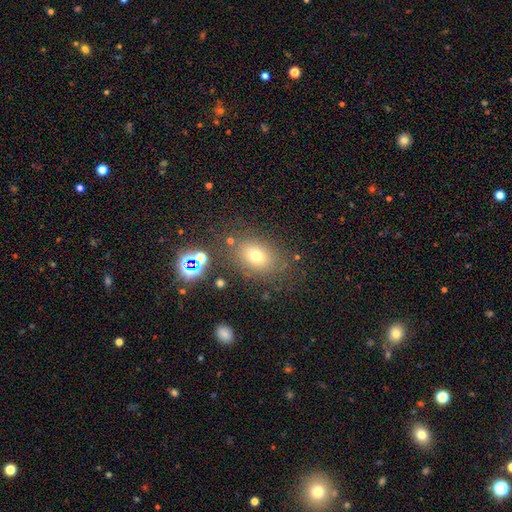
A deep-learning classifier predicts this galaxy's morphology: A smooth galaxy with no disk features (68%) that is in between round and cigar-shaped (66%).

Vote fractions:
- Smooth or featured? smooth: 68% / star or artifact: 18% / featured or disk: 14%
- How rounded? in between: 66% / round: 32% / cigar-shaped: 1%
- Merging? none: 76% / minor disturbance: 13% / major disturbance: 6% / merger: 5%